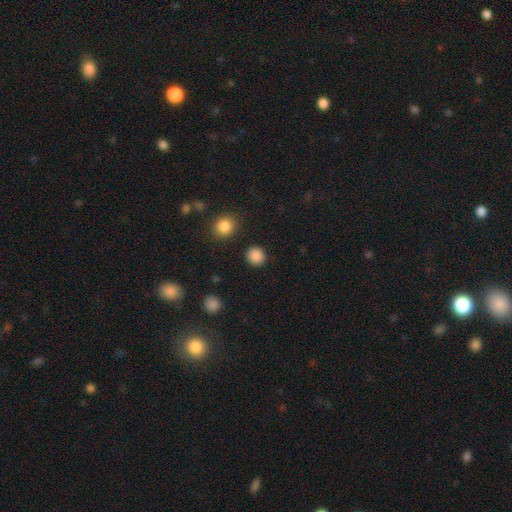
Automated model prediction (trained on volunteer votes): smooth 87%, star or artifact 10%, featured or disk 3%. Down the decision tree: how rounded — round (89%); merging — none (89%).